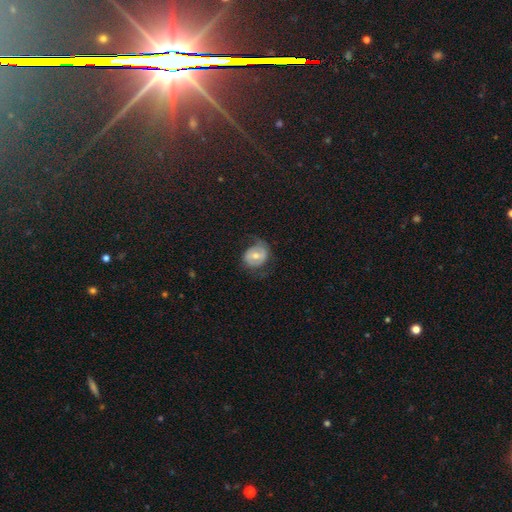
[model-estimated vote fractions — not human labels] Q: Smooth or featured?
A: featured or disk (50%); runner-up: smooth (43%)
Q: Merging?
A: none (59%); runner-up: minor disturbance (23%)